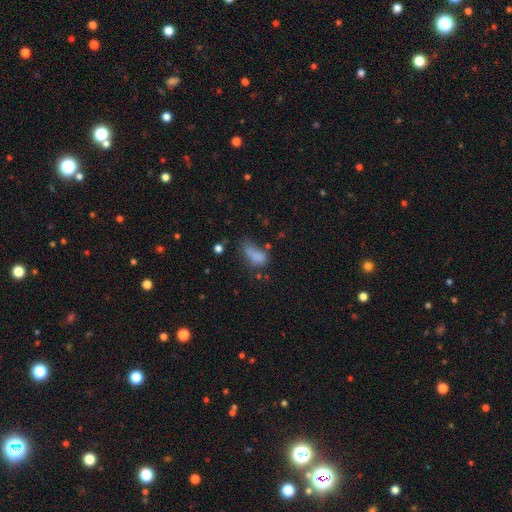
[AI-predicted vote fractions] Overall: smooth (75%). How rounded: in between (84%). Merging: major disturbance (32%; none 28%).